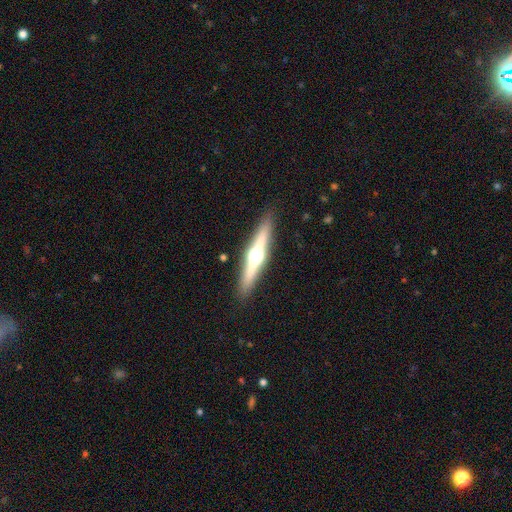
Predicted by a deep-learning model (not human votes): smooth_or_featured: featured or disk (p=0.69) [alt: smooth p=0.25]
disk_edge_on: yes (p=0.97) [alt: no p=0.03]
edge_on_bulge: rounded (p=0.95) [alt: boxy p=0.03]
merging: none (p=0.90) [alt: minor disturbance p=0.07]